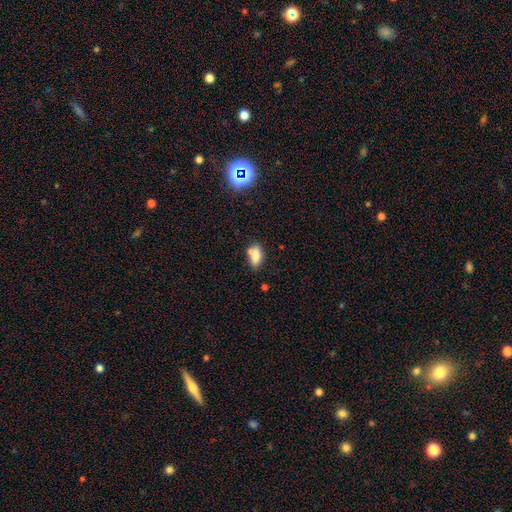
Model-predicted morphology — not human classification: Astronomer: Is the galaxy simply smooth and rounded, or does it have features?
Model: smooth — 76%.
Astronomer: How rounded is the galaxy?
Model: in between — 83%.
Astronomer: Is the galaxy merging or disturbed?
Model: none — 50%.